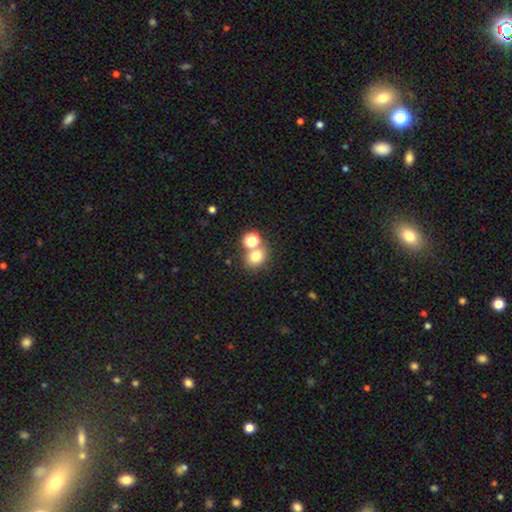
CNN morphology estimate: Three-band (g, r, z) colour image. It shows a smooth galaxy with no disk features (75%) that is round (70%). Merging: none (57%).